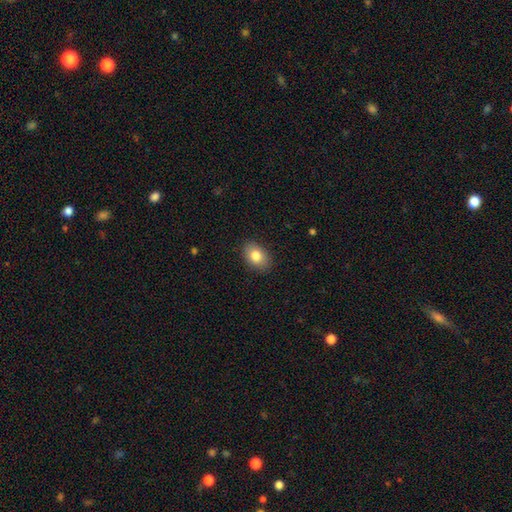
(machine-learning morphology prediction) This appears to be a smooth galaxy with no disk features (81%) that is in between round and cigar-shaped (80%). Merging: none (88%).